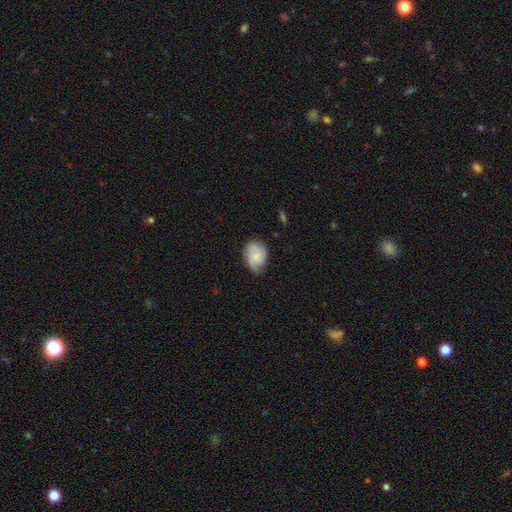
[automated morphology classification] smooth_or_featured: featured or disk (p=0.58) [alt: smooth p=0.35]
disk_edge_on: no (p=0.97) [alt: yes p=0.03]
bar: no (p=0.72) [alt: weak p=0.25]
has_spiral_arms: yes (p=0.92) [alt: no p=0.08]
spiral_winding: medium (p=0.43) [alt: tight p=0.37]
spiral_arm_count: 2 (p=0.34) [alt: 3 p=0.33]
bulge_size: small (p=0.52) [alt: moderate p=0.25]
merging: none (p=0.61) [alt: minor disturbance p=0.28]